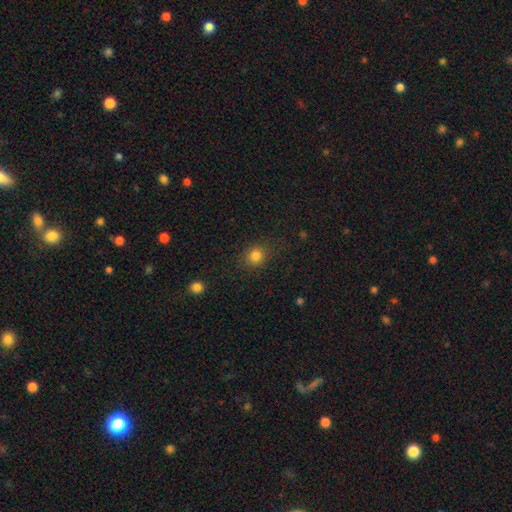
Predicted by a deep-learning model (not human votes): A smooth galaxy with no disk features (83%) that is round (82%). Merging: none (82%).